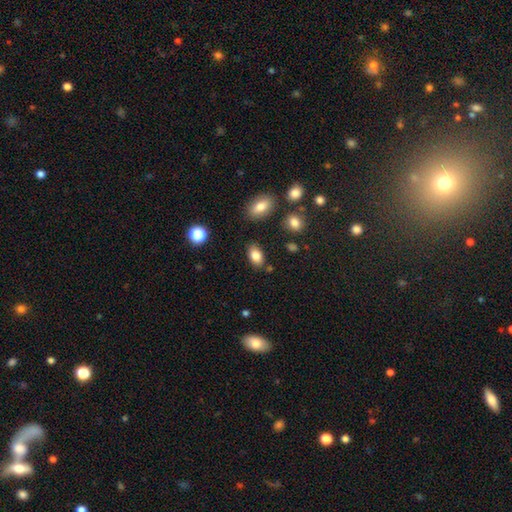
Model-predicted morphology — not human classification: Smooth or featured? smooth (83%)
How rounded? in between (89%)
Merging? none (81%)